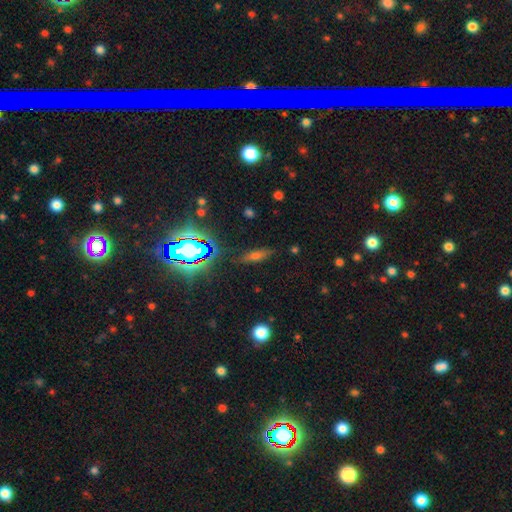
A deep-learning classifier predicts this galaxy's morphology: Smooth or featured? Predicted: smooth (p=0.53). How rounded? Predicted: cigar-shaped (p=0.51). Merging? Predicted: none (p=0.83).